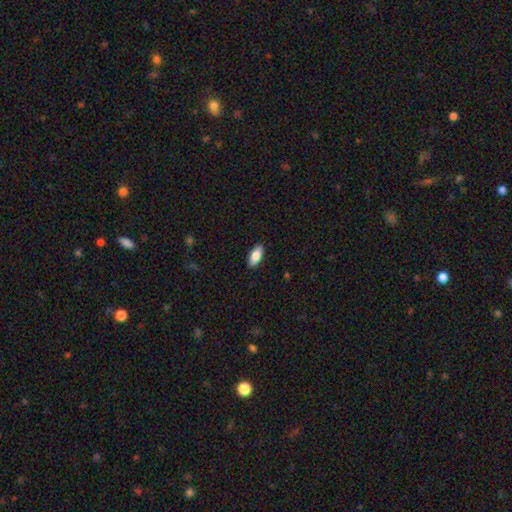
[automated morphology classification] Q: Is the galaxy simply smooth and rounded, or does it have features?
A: smooth — 82%.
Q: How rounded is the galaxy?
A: in between — 86%.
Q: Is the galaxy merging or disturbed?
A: none — 89%.